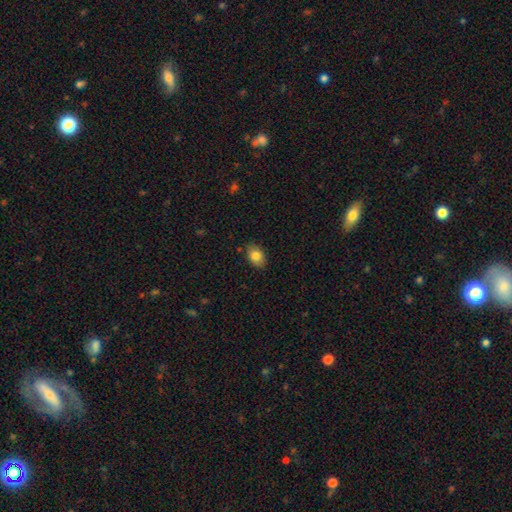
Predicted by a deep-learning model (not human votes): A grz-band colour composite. It shows a smooth galaxy with no disk features (83%) that is in between round and cigar-shaped (81%). Merging: none (85%).